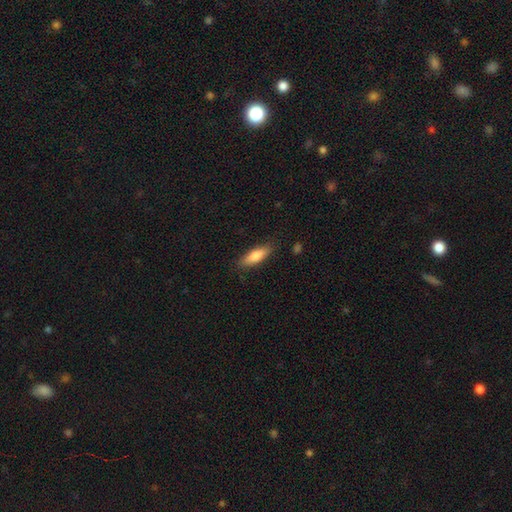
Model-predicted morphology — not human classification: Smooth or featured? Predicted: smooth (p=0.78). How rounded? Predicted: in between (p=0.53). Merging? Predicted: none (p=0.84).